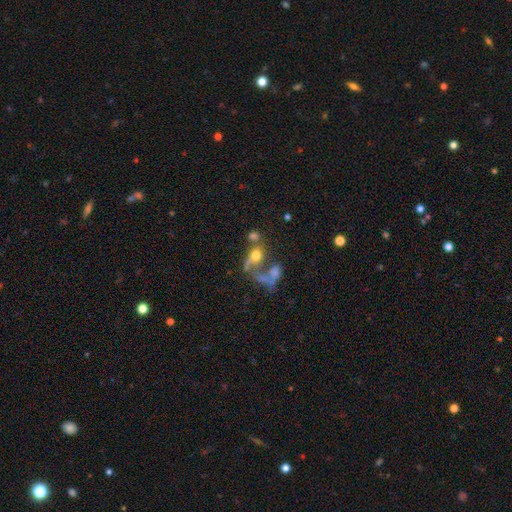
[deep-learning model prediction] smooth_or_featured: smooth (p=0.48) [alt: featured or disk p=0.37]
merging: merger (p=0.47) [alt: major disturbance p=0.25]